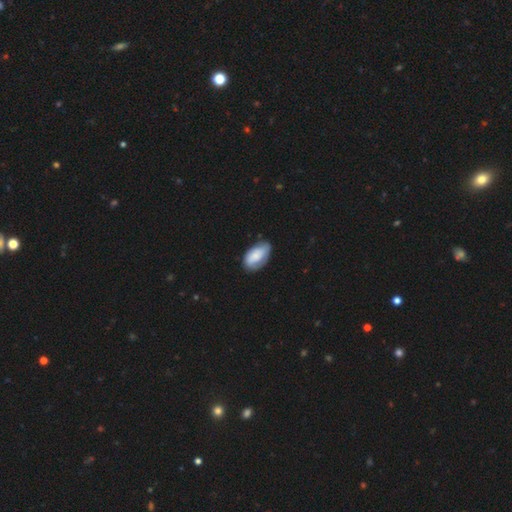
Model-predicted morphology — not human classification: Smooth or featured: smooth — 61% (featured or disk — 32%)
How rounded: in between — 93% (round — 5%)
Merging: none — 61% (minor disturbance — 29%)